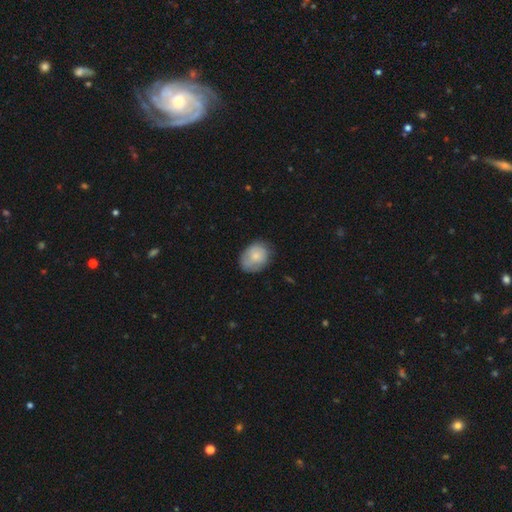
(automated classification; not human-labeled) Smooth or featured? Predicted: smooth (p=0.75). How rounded? Predicted: in between (p=0.60). Merging? Predicted: none (p=0.68).